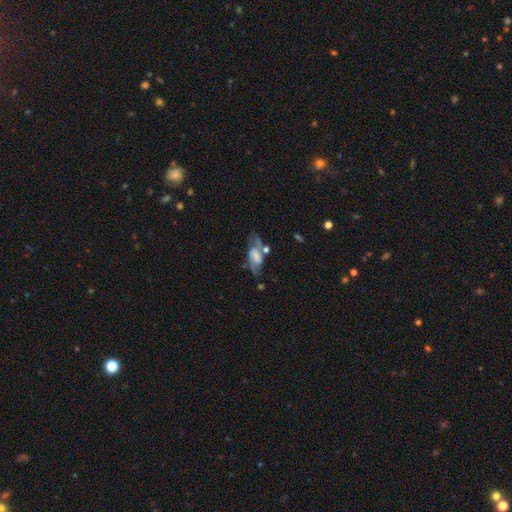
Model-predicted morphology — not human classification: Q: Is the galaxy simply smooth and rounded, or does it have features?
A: featured or disk — 69%.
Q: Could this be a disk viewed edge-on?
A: no — 91%.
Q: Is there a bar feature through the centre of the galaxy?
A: weak — 40%.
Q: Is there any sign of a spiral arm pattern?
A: yes — 85%.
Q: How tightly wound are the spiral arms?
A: medium — 44%.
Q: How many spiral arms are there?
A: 2 — 84%.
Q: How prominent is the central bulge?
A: none — 33%.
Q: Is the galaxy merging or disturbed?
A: none — 51%.